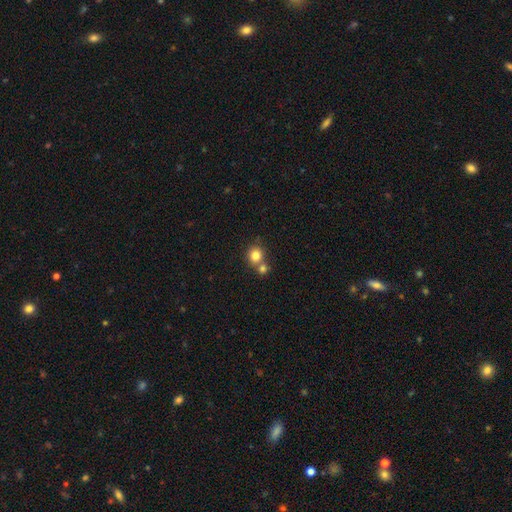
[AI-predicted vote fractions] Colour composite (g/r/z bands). It shows a smooth galaxy with no disk features (81%) that is round (87%). Merging: none (52%).